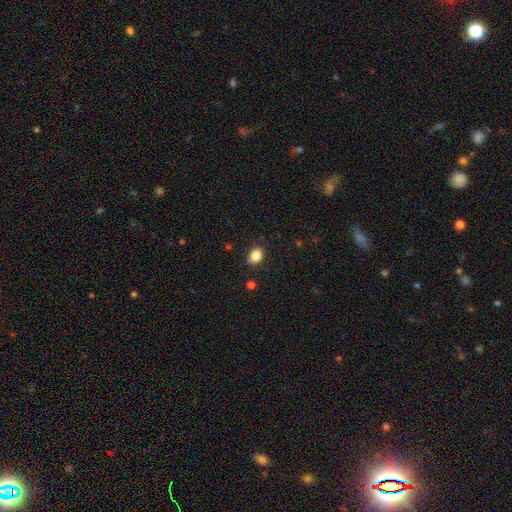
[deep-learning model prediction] smooth 85%, star or artifact 10%, featured or disk 5%. Down the decision tree: how rounded — in between (61%); merging — none (78%).